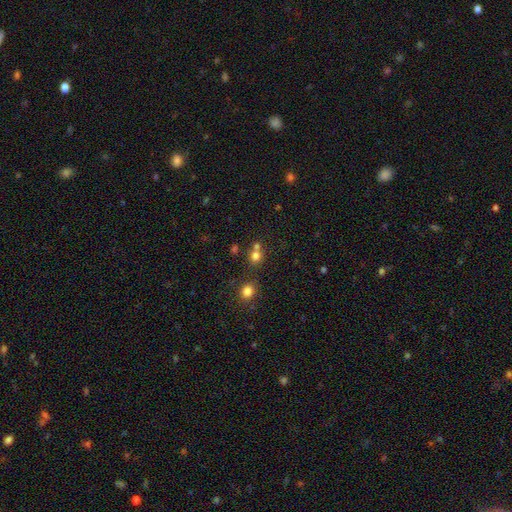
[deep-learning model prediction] smooth_or_featured: smooth (p=0.75) [alt: star or artifact p=0.17]
how_rounded: round (p=0.79) [alt: in between p=0.20]
merging: none (p=0.54) [alt: merger p=0.35]